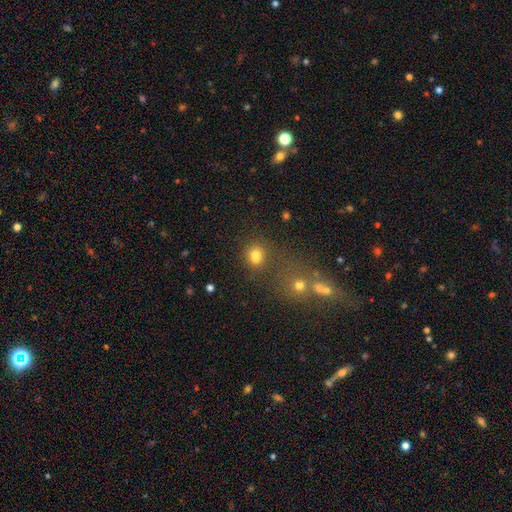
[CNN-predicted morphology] smooth_or_featured: smooth (p=0.73) [alt: star or artifact p=0.17]
how_rounded: round (p=0.58) [alt: in between p=0.40]
merging: none (p=0.50) [alt: merger p=0.32]